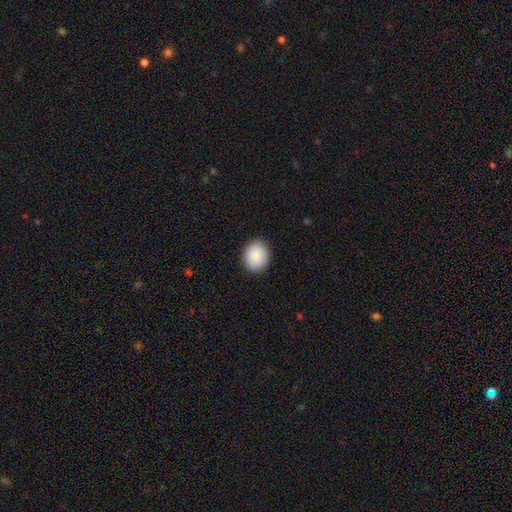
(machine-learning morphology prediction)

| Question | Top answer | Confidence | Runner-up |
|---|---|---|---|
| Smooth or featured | smooth | 90% | star or artifact (7%) |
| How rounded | round | 60% | in between (39%) |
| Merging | none | 89% | minor disturbance (8%) |